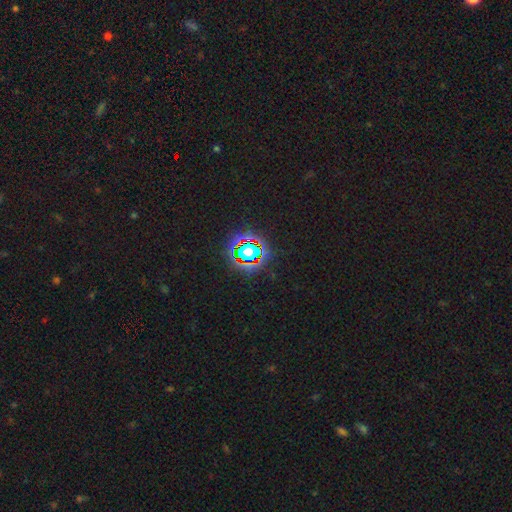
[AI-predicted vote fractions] Q: Smooth or featured?
A: star or artifact (82%); runner-up: smooth (11%)